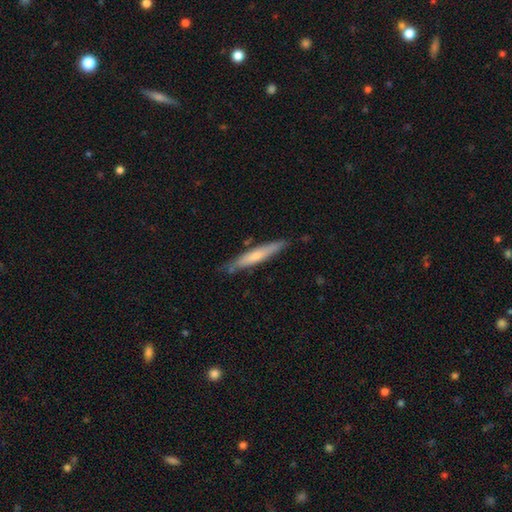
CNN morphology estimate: A smooth galaxy with no disk features (55%) that is cigar-shaped (93%). Merging: none (80%).